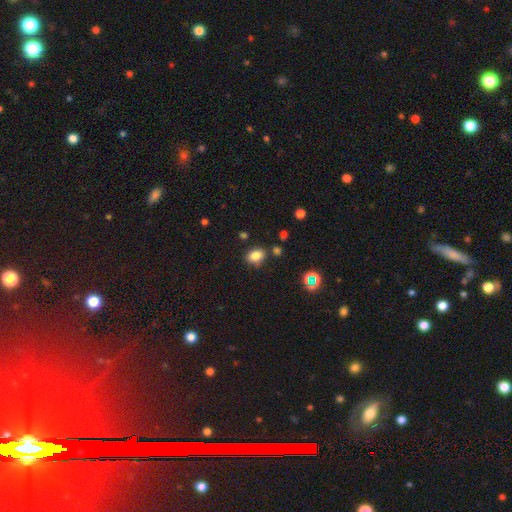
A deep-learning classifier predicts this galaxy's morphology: type=smooth (81%); roundness=in between (63%); merging=none (79%).